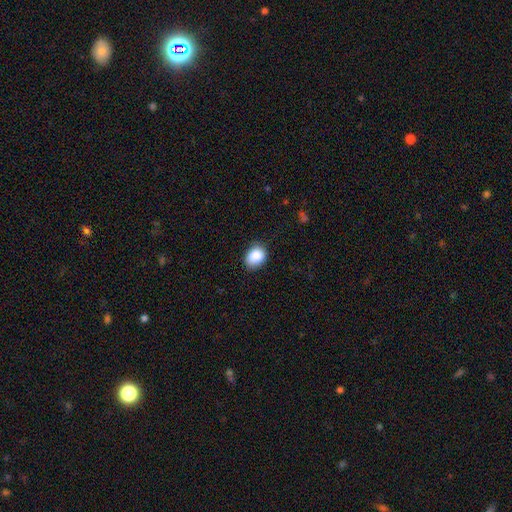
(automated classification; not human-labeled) smooth 87%, star or artifact 8%, featured or disk 5%. Down the decision tree: how rounded — in between (60%); merging — none (76%).